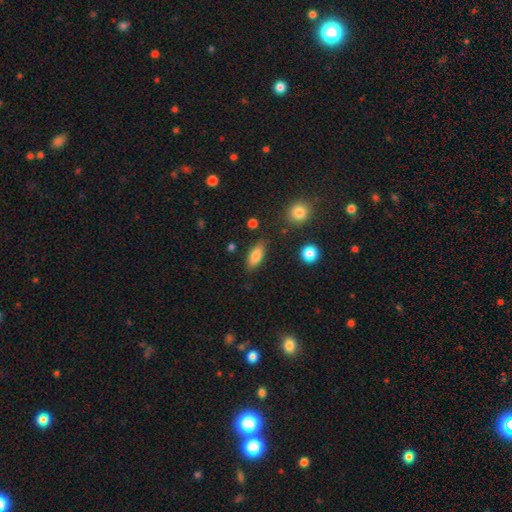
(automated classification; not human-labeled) Smooth or featured? Predicted: smooth (p=0.80). How rounded? Predicted: in between (p=0.81). Merging? Predicted: none (p=0.82).